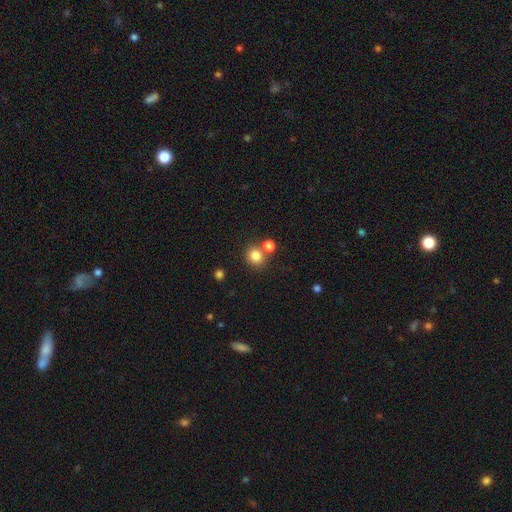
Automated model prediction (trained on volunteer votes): smooth_or_featured: smooth (p=0.82) [alt: star or artifact p=0.12]
how_rounded: round (p=0.80) [alt: in between p=0.19]
merging: none (p=0.66) [alt: merger p=0.23]